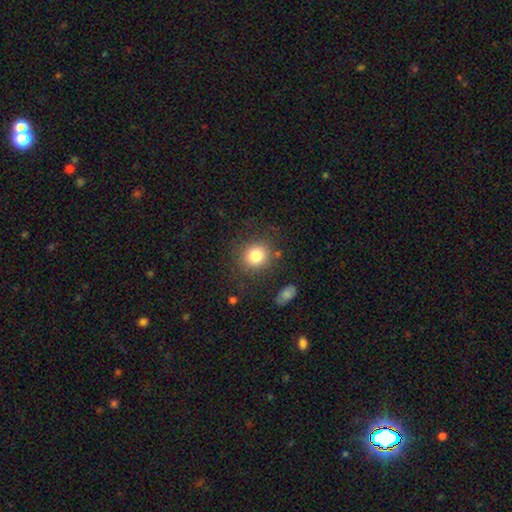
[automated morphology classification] smooth_or_featured: smooth (p=0.82) [alt: star or artifact p=0.10]
how_rounded: round (p=0.80) [alt: in between p=0.19]
merging: none (p=0.80) [alt: minor disturbance p=0.12]